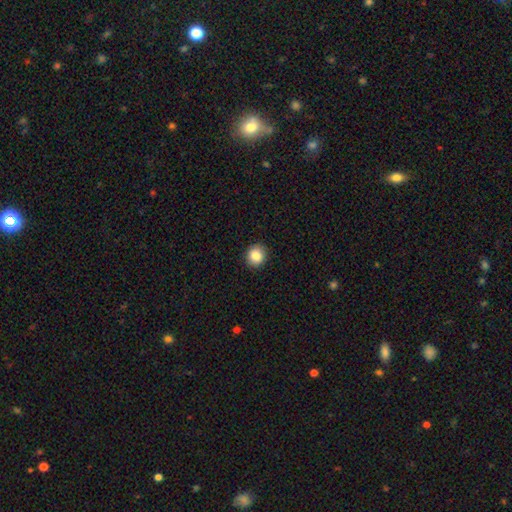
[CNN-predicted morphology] Smooth or featured?
  - smooth: 86% *
  - star or artifact: 9%
  - featured or disk: 5%
How rounded?
  - round: 87% *
  - in between: 12%
  - cigar-shaped: 1%
Merging?
  - none: 91% *
  - minor disturbance: 6%
  - major disturbance: 2%
  - merger: 1%